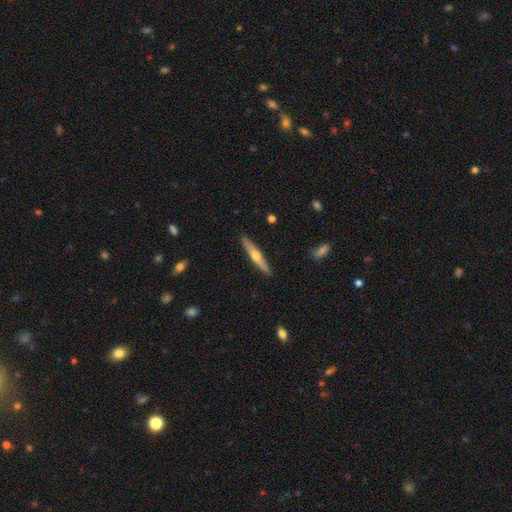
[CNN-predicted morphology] A featured or disk galaxy (57%) viewed edge-on (96%) with a rounded central bulge (90%). Merging: none (91%).